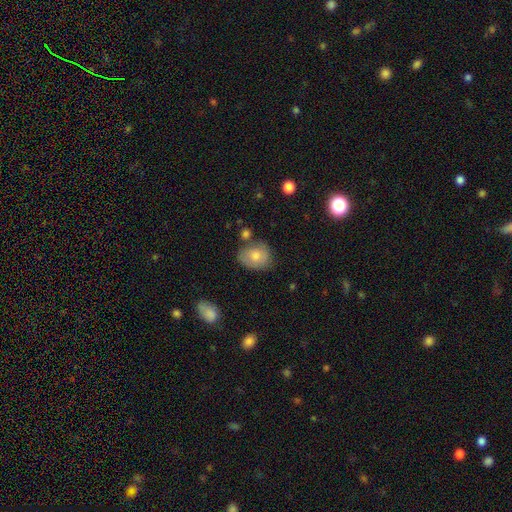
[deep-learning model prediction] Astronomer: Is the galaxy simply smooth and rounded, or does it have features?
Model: smooth — 69%.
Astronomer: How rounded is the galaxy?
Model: in between — 55% (runner-up: round, 44%).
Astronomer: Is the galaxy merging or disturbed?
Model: none — 67%.